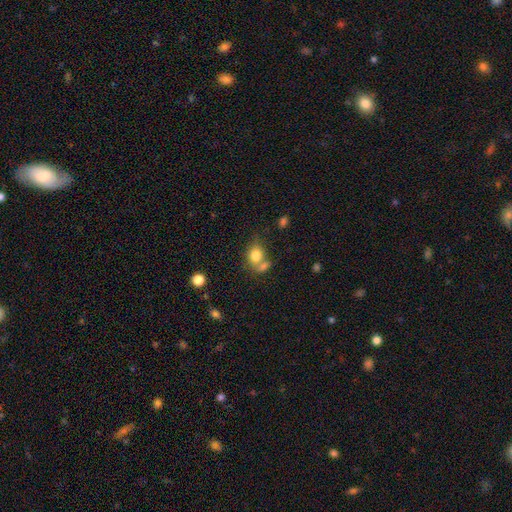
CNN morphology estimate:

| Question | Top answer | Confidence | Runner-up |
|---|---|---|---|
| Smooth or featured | smooth | 79% | featured or disk (11%) |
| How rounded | round | 51% | in between (47%) |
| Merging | none | 42% | merger (39%) |